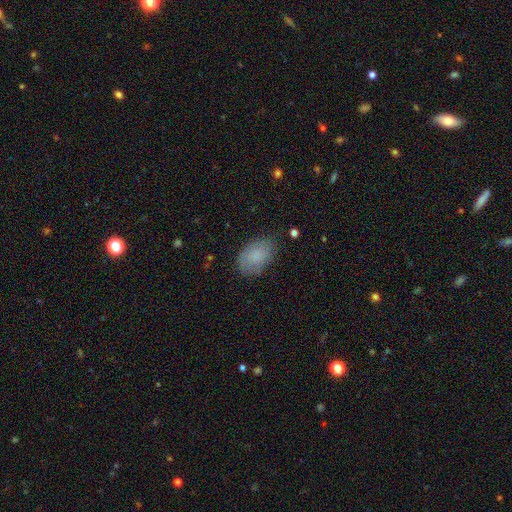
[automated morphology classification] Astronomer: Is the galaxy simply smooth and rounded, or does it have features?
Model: smooth — 83%.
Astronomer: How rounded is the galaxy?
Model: in between — 89%.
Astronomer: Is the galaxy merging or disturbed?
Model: none — 70%.